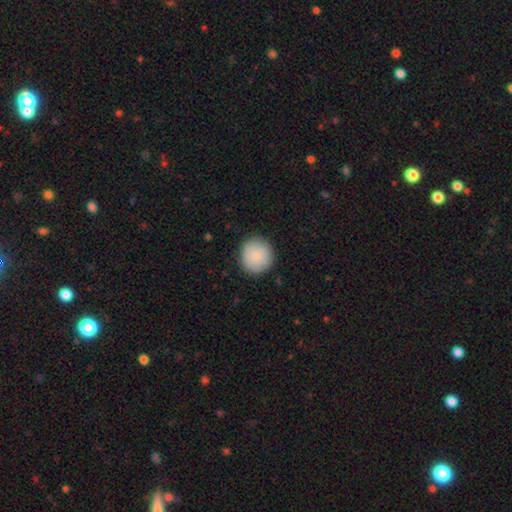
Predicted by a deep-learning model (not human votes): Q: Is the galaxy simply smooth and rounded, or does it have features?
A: smooth — 84%.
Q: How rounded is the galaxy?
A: round — 92%.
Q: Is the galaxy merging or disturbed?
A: none — 88%.